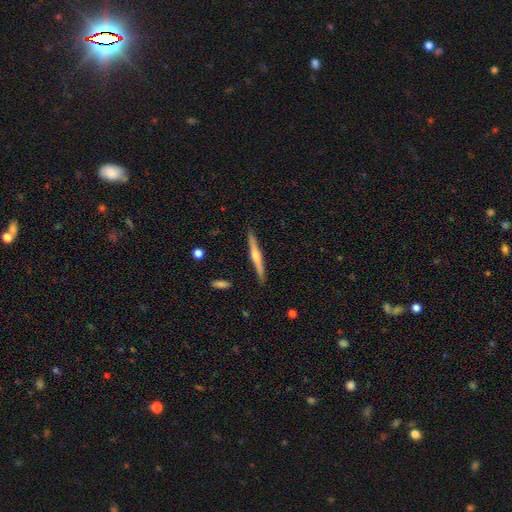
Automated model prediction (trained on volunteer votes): Overall: featured or disk (66%; smooth 29%). Edge-on disk: yes (98%). Edge-on bulge: rounded (82%). Merging: none (89%).